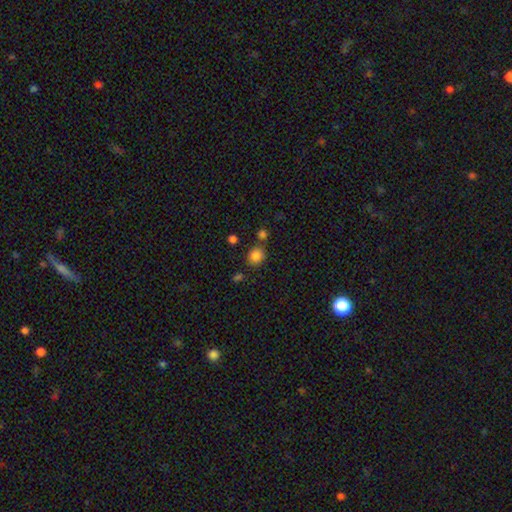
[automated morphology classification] Smooth or featured: smooth — 84% (star or artifact — 11%)
How rounded: round — 73% (in between — 26%)
Merging: none — 72% (merger — 13%)